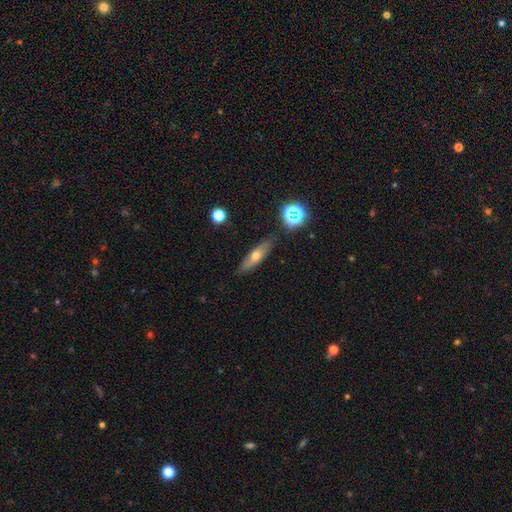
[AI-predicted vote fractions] A smooth galaxy with no disk features (55%) that is cigar-shaped (60%).

Vote fractions:
- Smooth or featured? smooth: 55% / featured or disk: 36% / star or artifact: 9%
- How rounded? cigar-shaped: 60% / in between: 36% / round: 4%
- Merging? none: 85% / minor disturbance: 11% / major disturbance: 2% / merger: 2%